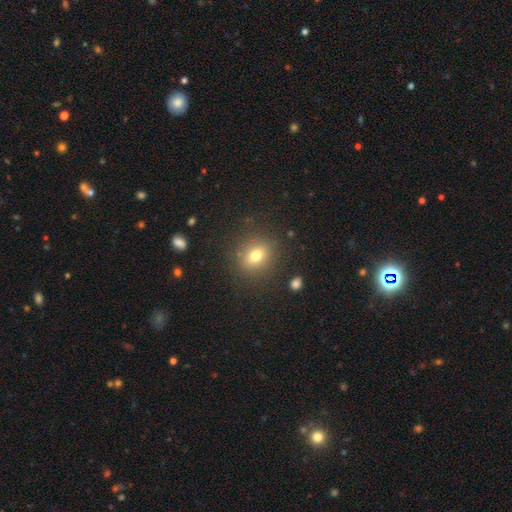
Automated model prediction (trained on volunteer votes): Overall: smooth (75%). How rounded: round (63%; in between 36%). Merging: none (84%).